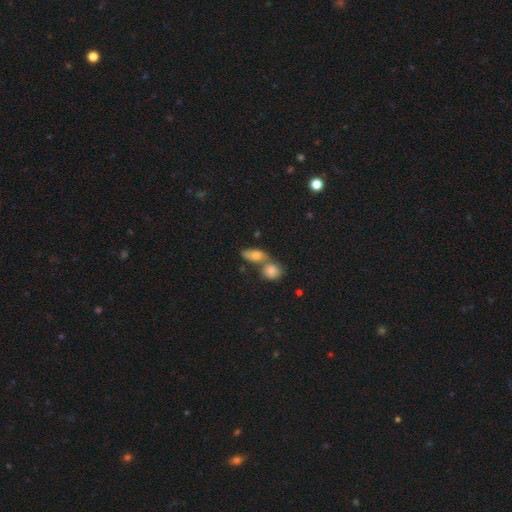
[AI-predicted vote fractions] Morphology: type=smooth (66%); roundness=in between (67%); merging=merger (46%).